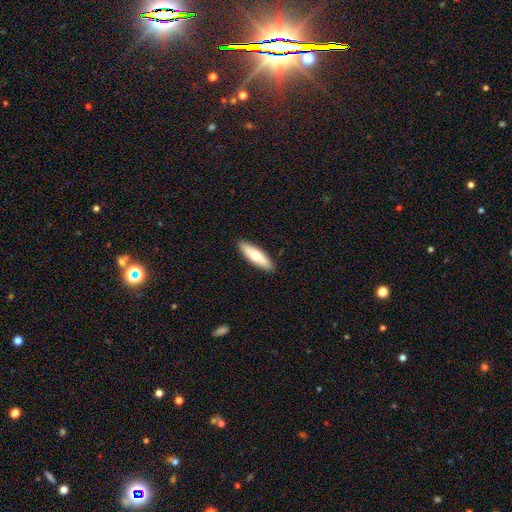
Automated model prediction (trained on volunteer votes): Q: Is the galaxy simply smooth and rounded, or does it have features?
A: smooth — 68%.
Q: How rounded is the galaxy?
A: cigar-shaped — 59%.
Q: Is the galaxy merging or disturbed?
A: none — 90%.